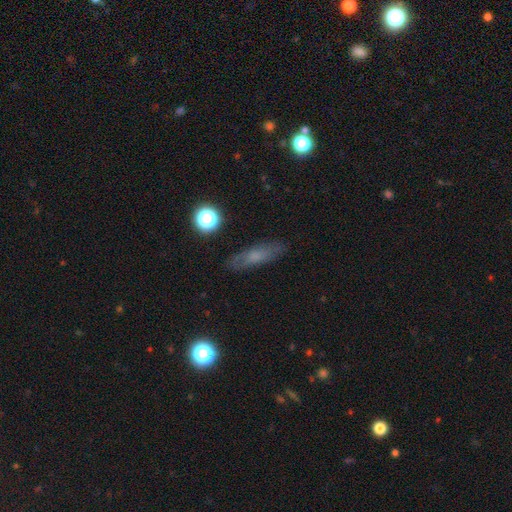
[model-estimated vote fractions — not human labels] Smooth or featured? smooth (56%)
How rounded? cigar-shaped (59%)
Merging? none (83%)